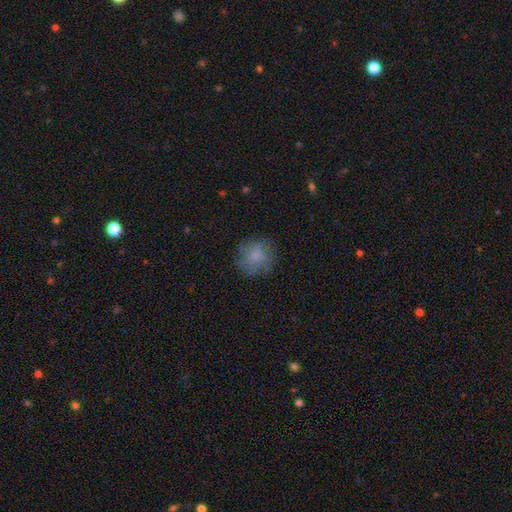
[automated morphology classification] smooth_or_featured: smooth (p=0.80) [alt: featured or disk p=0.11]
how_rounded: round (p=0.88) [alt: in between p=0.11]
merging: none (p=0.78) [alt: minor disturbance p=0.15]